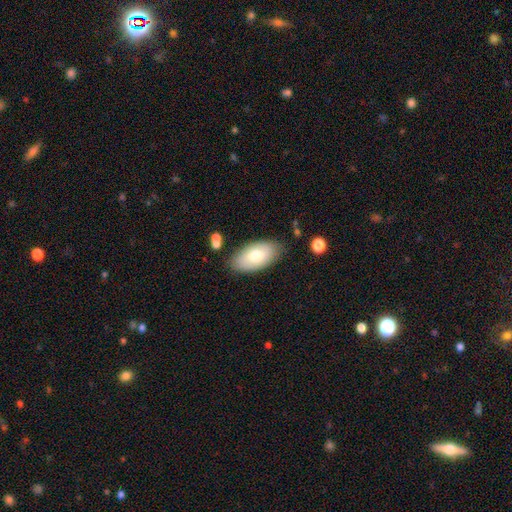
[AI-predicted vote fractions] Overall: smooth (71%). How rounded: in between (94%). Merging: none (80%).